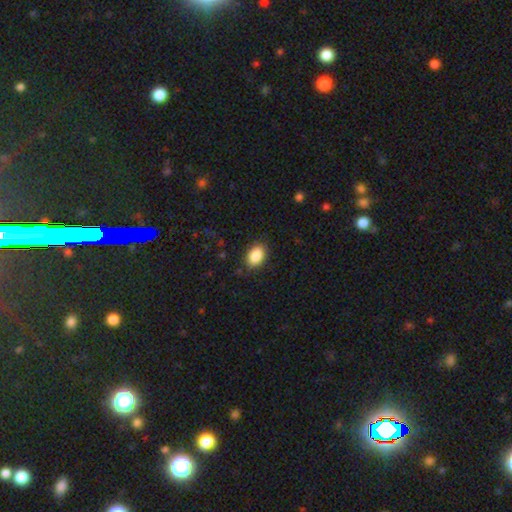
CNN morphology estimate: Overall: smooth (88%). How rounded: in between (88%). Merging: none (86%).